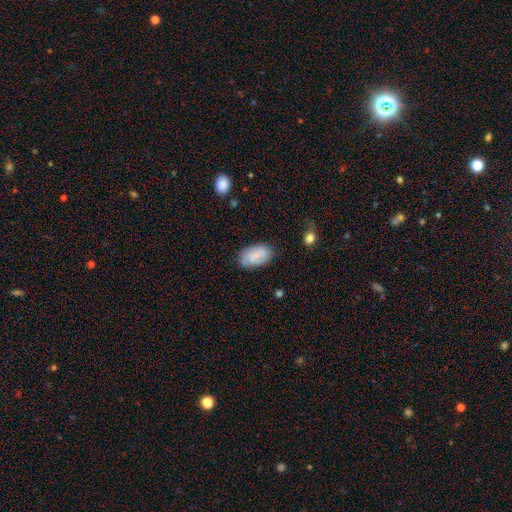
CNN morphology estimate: Smooth or featured? smooth (68%)
How rounded? in between (94%)
Merging? none (76%)